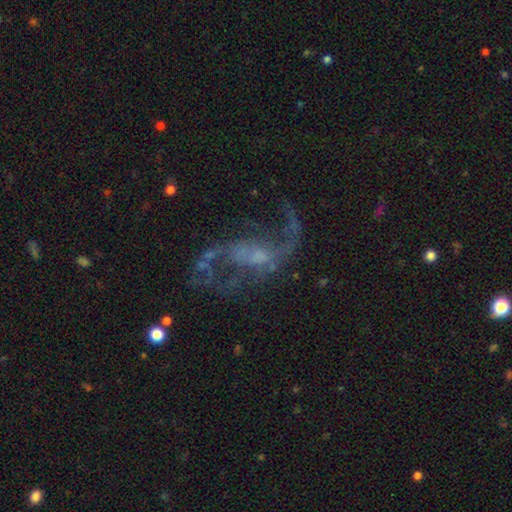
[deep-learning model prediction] Morphology: type=featured or disk (83%); edge-on=no (97%); bar=no (49%); spiral arms=yes (86%); winding=loose (74%); arm count=2 (83%); bulge=small (41%); merging=none (52%).